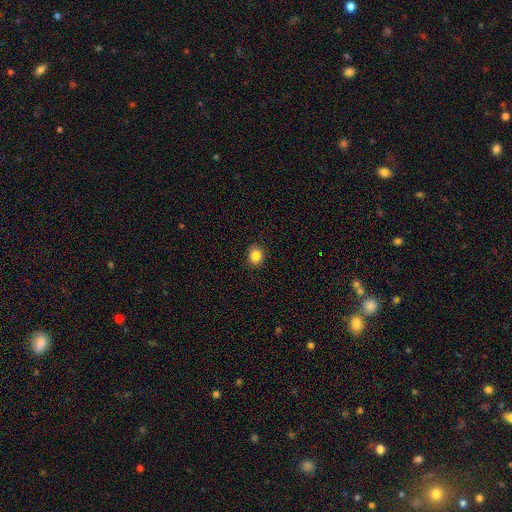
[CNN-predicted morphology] This appears to be a smooth galaxy with no disk features (86%) that is round (75%). Merging: none (88%).